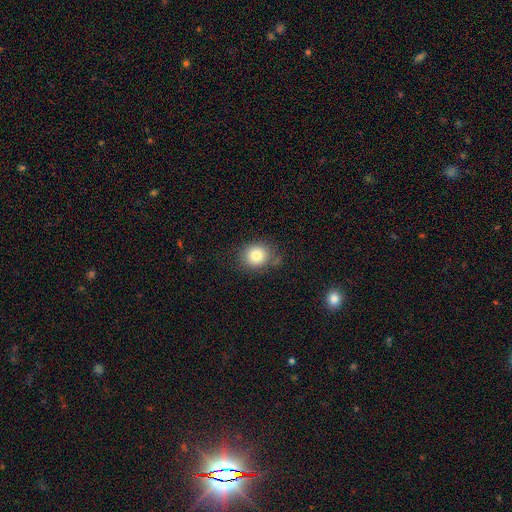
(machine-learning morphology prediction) smooth_or_featured: smooth (p=0.82) [alt: star or artifact p=0.10]
how_rounded: round (p=0.72) [alt: in between p=0.27]
merging: none (p=0.76) [alt: minor disturbance p=0.17]